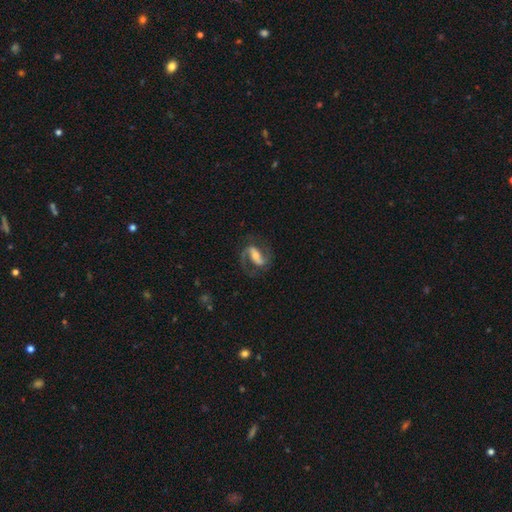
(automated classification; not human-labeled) Overall: featured or disk (82%). Edge-on disk: no (95%). Bar: strong (52%; weak 31%). Spiral arms: yes (94%). Spiral arm count: 2 (89%). Spiral winding: medium (53%; loose 30%). Bulge size: moderate (52%; small 34%). Merging: none (73%).